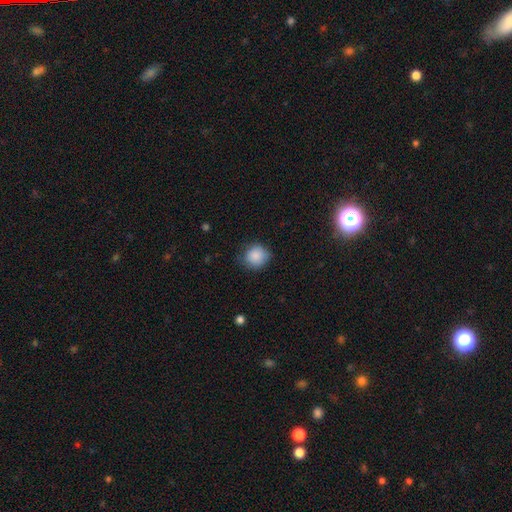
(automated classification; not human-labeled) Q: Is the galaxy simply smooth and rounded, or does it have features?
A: smooth — 87%.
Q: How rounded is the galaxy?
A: round — 86%.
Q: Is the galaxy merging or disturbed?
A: none — 75%.